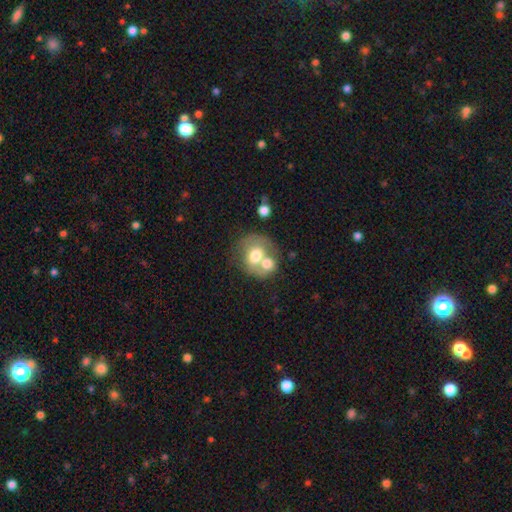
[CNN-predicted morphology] A smooth galaxy with no disk features (59%) that is round (65%).

Vote fractions:
- Smooth or featured? smooth: 59% / featured or disk: 34% / star or artifact: 8%
- How rounded? round: 65% / in between: 34% / cigar-shaped: 1%
- Merging? merger: 59% / none: 25% / minor disturbance: 10% / major disturbance: 6%